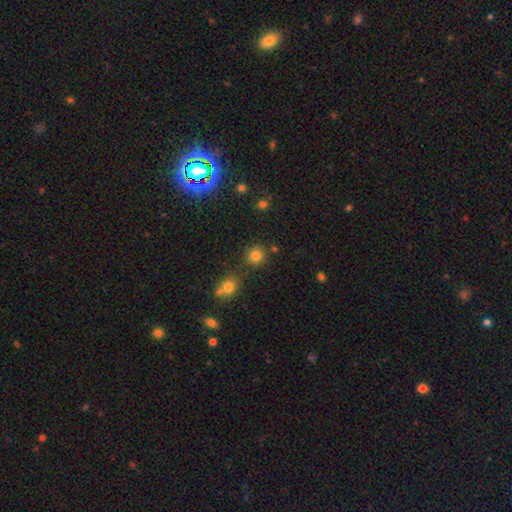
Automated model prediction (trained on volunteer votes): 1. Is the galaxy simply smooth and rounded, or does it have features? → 79% smooth, 15% star or artifact, 6% featured or disk.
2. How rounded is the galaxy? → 92% round, 7% in between, 1% cigar-shaped.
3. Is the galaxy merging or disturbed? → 80% none, 8% minor disturbance, 8% merger, 3% major disturbance.